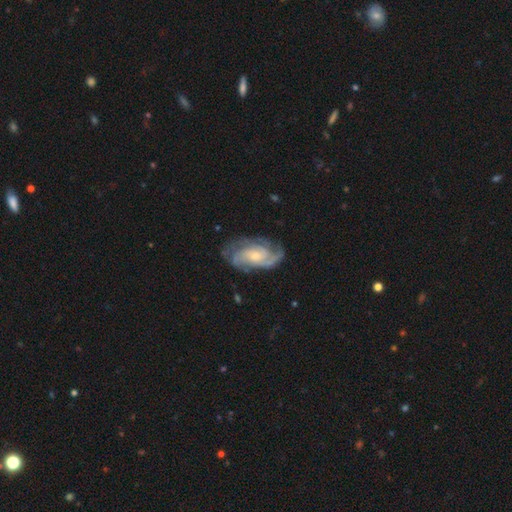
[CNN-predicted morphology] The model was most divided on "spiral arm count" (2-way tie): 2: 29%, 3: 29%, can't tell: 22%, 4: 10%, 1: 5%, more than 4: 5%. Remaining: edge-on disk — no (96%); spiral arms — yes (96%); smooth or featured — featured or disk (86%); merging — none (69%); bar — no (66%); bulge size — small (52%); spiral winding — tight (47%).